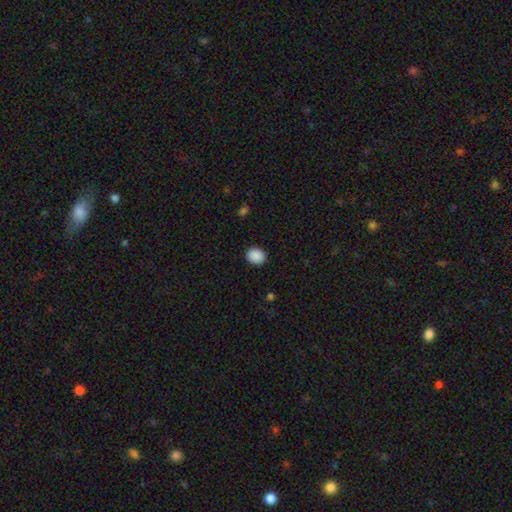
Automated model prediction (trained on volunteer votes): This is clearly a smooth galaxy (89%). How rounded: likely round (60%). Merging: clearly none (90%).